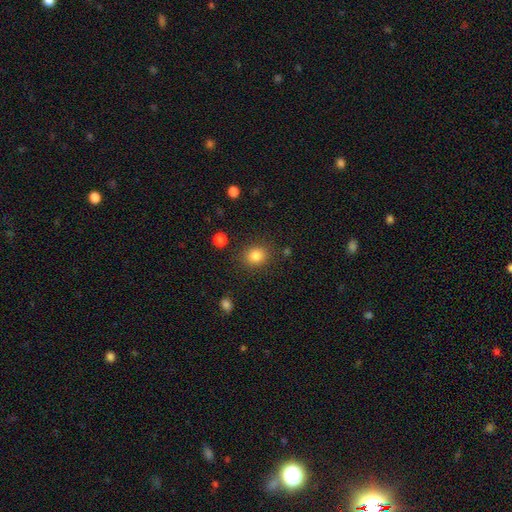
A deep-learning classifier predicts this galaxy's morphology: Smooth or featured: smooth — 83% (star or artifact — 11%)
How rounded: round — 70% (in between — 29%)
Merging: none — 86% (minor disturbance — 9%)